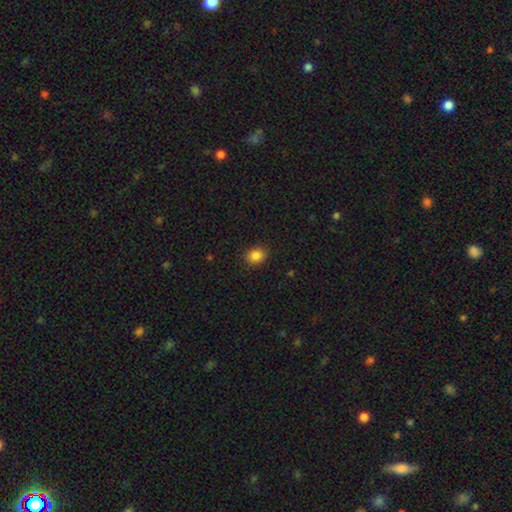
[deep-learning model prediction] A smooth galaxy with no disk features (86%) that is round (56%).

Vote fractions:
- Smooth or featured? smooth: 86% / star or artifact: 10% / featured or disk: 4%
- How rounded? round: 56% / in between: 43% / cigar-shaped: 1%
- Merging? none: 89% / minor disturbance: 8% / major disturbance: 2% / merger: 1%